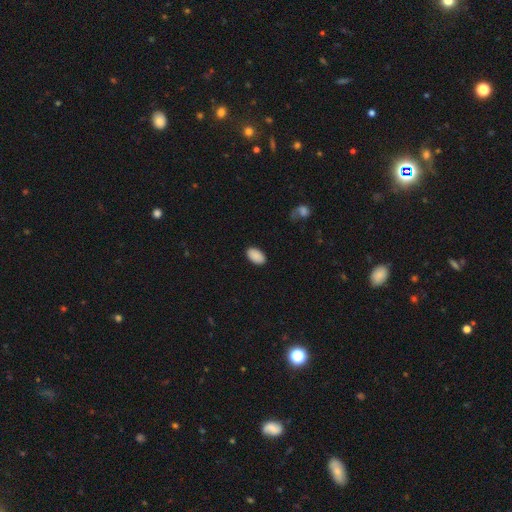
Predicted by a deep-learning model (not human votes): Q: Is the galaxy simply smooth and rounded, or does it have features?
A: smooth — 90%.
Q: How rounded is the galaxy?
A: in between — 95%.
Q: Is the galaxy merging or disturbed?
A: none — 88%.